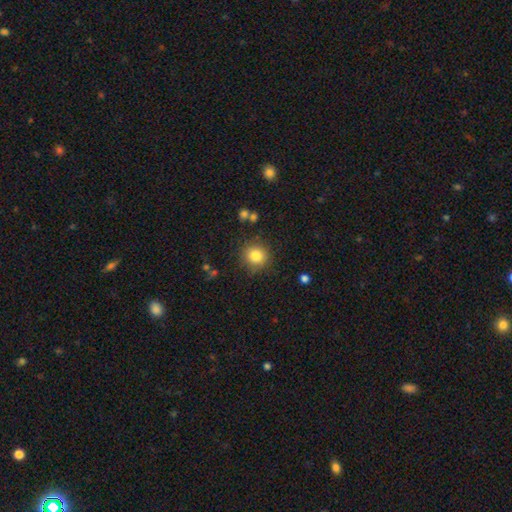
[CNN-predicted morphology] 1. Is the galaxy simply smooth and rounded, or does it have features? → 83% smooth, 11% star or artifact, 7% featured or disk.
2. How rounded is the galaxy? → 91% round, 8% in between, 1% cigar-shaped.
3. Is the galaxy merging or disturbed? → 84% none, 10% minor disturbance, 3% major disturbance, 3% merger.